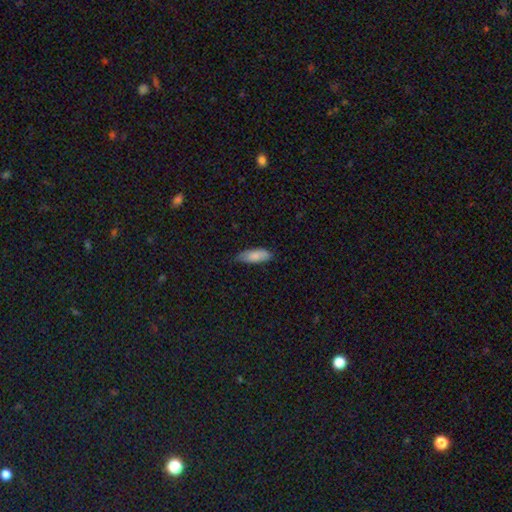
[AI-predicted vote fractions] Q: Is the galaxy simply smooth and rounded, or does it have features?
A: smooth — 85%.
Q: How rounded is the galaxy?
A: in between — 73%.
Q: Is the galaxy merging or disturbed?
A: none — 71%.